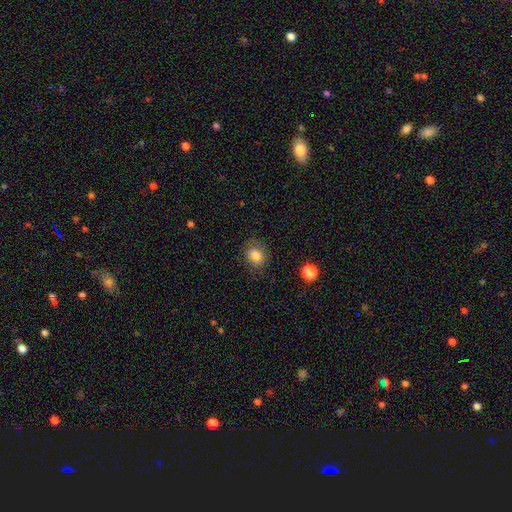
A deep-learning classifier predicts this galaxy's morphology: A smooth galaxy with no disk features (79%) that is in between round and cigar-shaped (51%). Merging: none (75%).